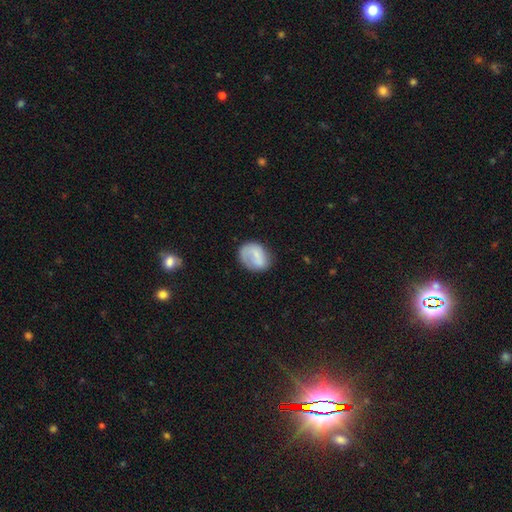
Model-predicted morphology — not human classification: A smooth galaxy with no disk features (65%) that is in between round and cigar-shaped (52%).

Vote fractions:
- Smooth or featured? smooth: 65% / featured or disk: 28% / star or artifact: 7%
- How rounded? in between: 52% / round: 47% / cigar-shaped: 1%
- Merging? none: 58% / minor disturbance: 25% / major disturbance: 14% / merger: 3%